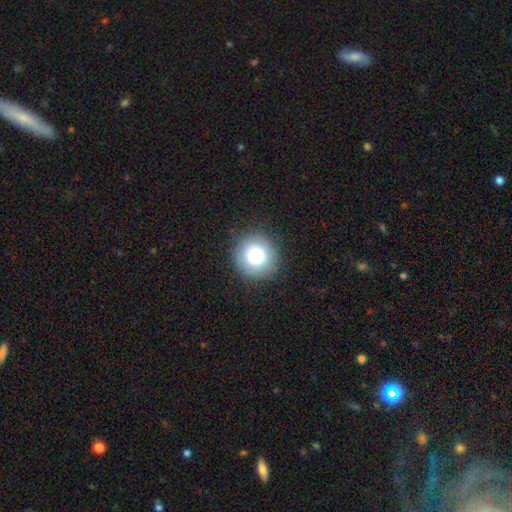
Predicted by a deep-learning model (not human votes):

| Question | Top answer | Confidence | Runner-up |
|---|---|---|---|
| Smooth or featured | smooth | 80% | star or artifact (10%) |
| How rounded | round | 95% | in between (4%) |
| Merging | none | 89% | minor disturbance (7%) |